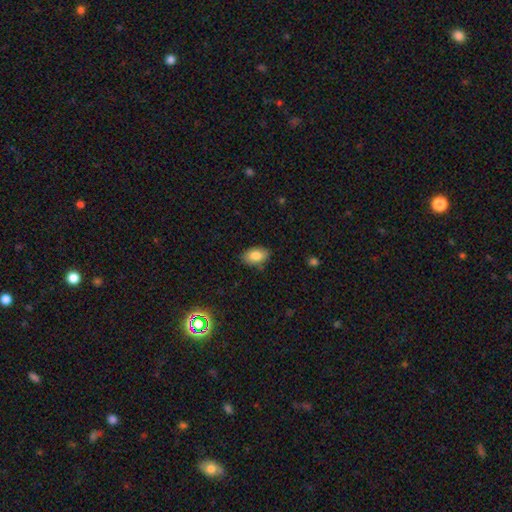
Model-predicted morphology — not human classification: A smooth galaxy with no disk features (83%) that is in between round and cigar-shaped (89%). Merging: none (82%).